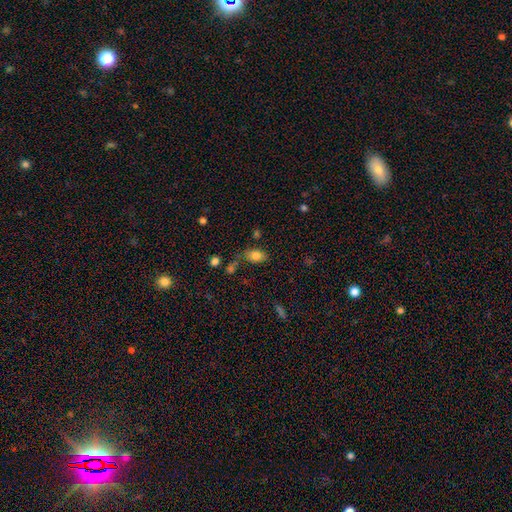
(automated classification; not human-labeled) Smooth or featured? smooth (82%)
How rounded? in between (87%)
Merging? none (68%)